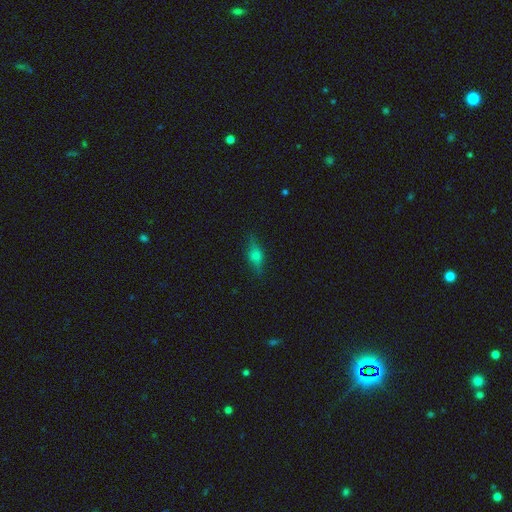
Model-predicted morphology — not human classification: Q: Smooth or featured?
A: smooth (52%); runner-up: featured or disk (36%)
Q: How rounded?
A: in between (62%); runner-up: cigar-shaped (30%)
Q: Merging?
A: none (81%); runner-up: minor disturbance (14%)